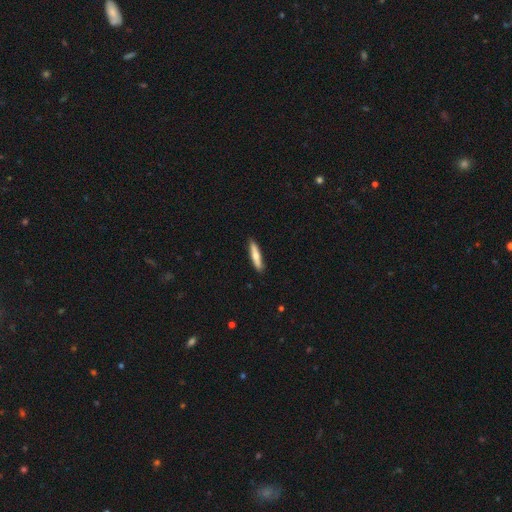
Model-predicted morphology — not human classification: This appears to be a smooth galaxy with no disk features (68%) that is cigar-shaped (86%). Merging: none (88%).